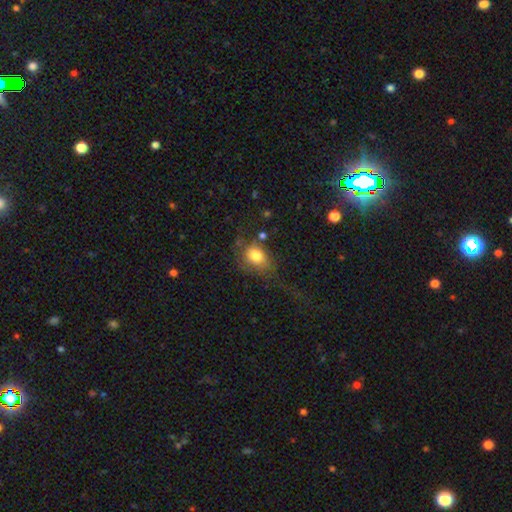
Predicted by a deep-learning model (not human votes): Smooth or featured? smooth (72%)
How rounded? in between (59%)
Merging? none (42%)